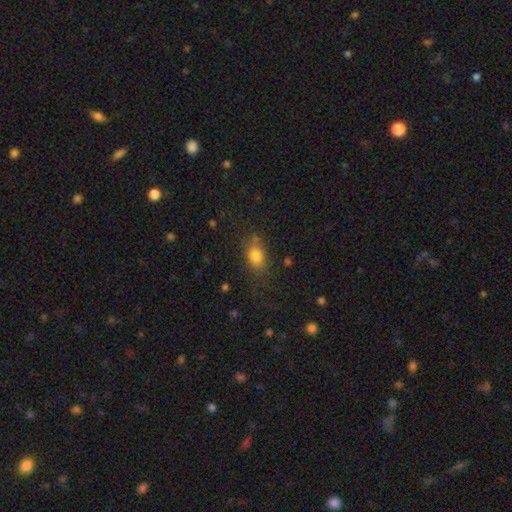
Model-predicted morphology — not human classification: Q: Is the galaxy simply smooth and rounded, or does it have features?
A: smooth — 80%.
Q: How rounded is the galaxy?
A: in between — 67%.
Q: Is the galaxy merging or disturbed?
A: none — 69%.